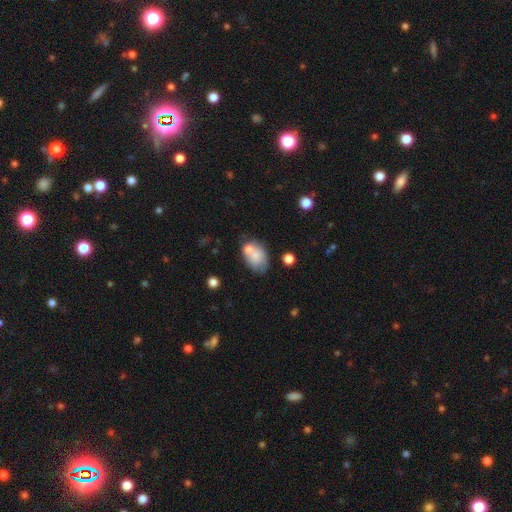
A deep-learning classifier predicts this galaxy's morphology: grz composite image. It shows a smooth galaxy with no disk features (71%) that is in between round and cigar-shaped (79%). Merging: none (39%).